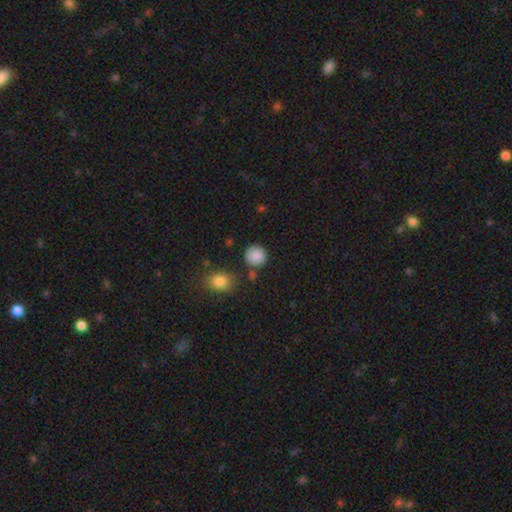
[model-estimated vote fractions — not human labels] Morphology: type=smooth (87%); roundness=round (88%); merging=none (80%).